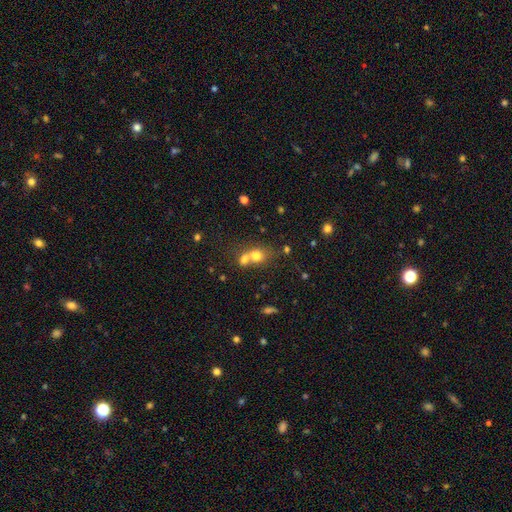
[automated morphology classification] Overall: smooth (73%). How rounded: round (58%; in between 40%). Merging: merger (59%; none 29%).